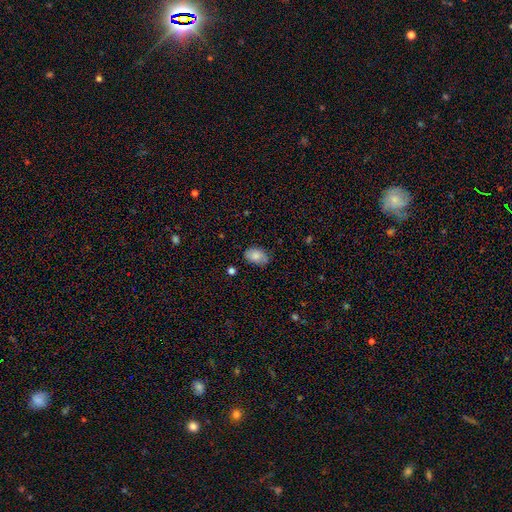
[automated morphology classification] A smooth galaxy with no disk features (81%) that is in between round and cigar-shaped (89%). Merging: none (77%).